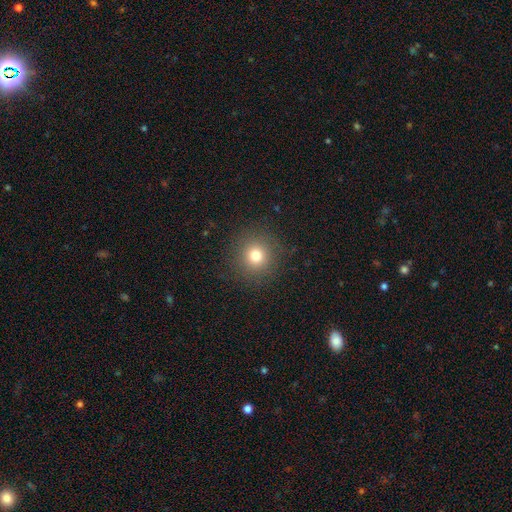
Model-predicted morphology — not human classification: A smooth galaxy with no disk features (76%) that is round (94%). Merging: none (90%).